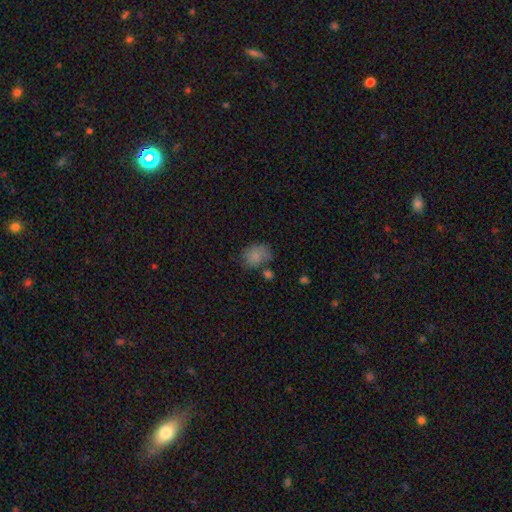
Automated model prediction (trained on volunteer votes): Q: Smooth or featured?
A: smooth (79%); runner-up: star or artifact (11%)
Q: How rounded?
A: in between (57%); runner-up: round (42%)
Q: Merging?
A: none (51%); runner-up: minor disturbance (24%)